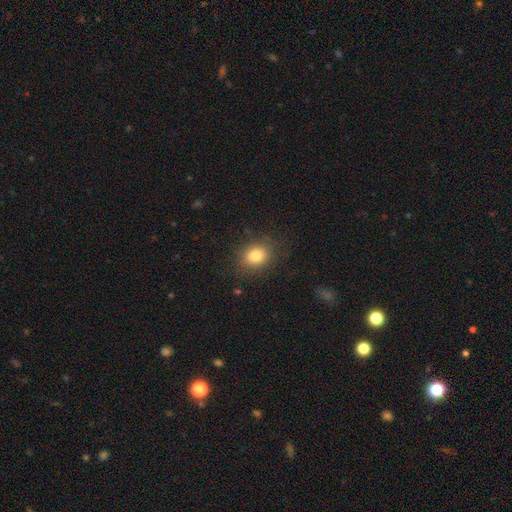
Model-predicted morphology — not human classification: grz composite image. It shows a smooth galaxy with no disk features (82%) that is in between round and cigar-shaped (52%). Merging: none (84%).